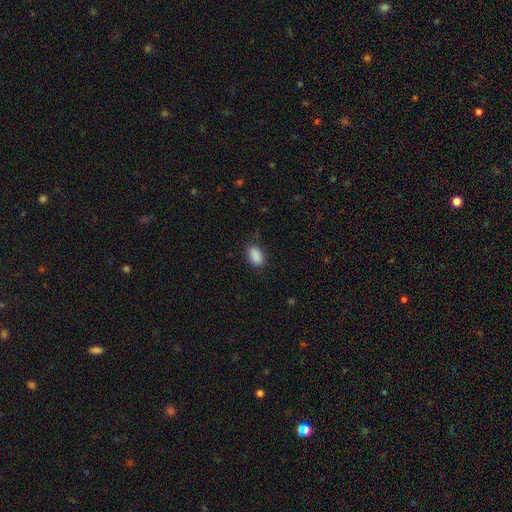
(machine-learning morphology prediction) The model was most divided on "merging": none: 83%, minor disturbance: 13%, major disturbance: 3%, merger: 1%. More confident: how rounded — in between (91%); smooth or featured — smooth (89%).